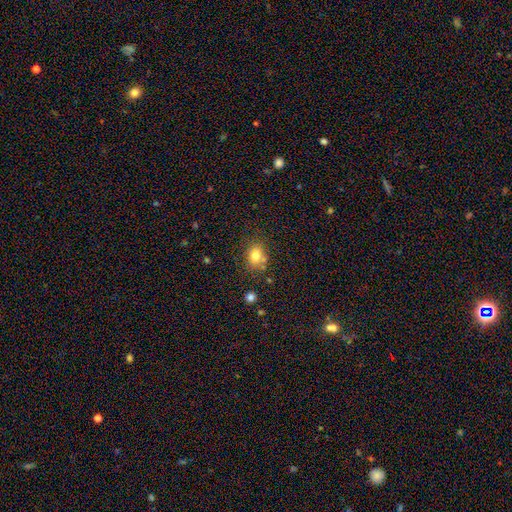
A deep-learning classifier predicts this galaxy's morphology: smooth_or_featured: smooth (p=0.78) [alt: star or artifact p=0.12]
how_rounded: in between (p=0.54) [alt: round p=0.45]
merging: none (p=0.66) [alt: minor disturbance p=0.17]